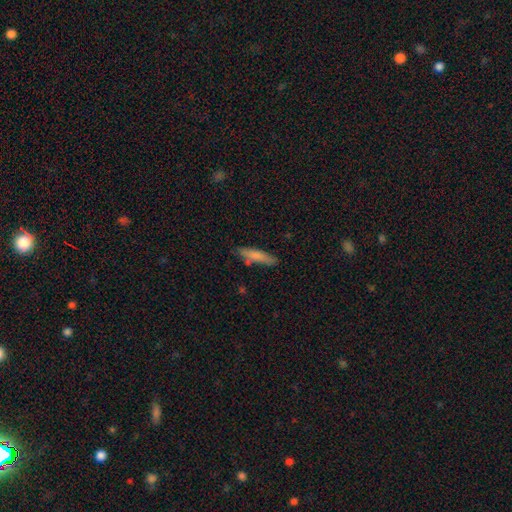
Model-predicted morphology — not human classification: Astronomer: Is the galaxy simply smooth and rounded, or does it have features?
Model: smooth — 76%.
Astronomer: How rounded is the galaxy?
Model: cigar-shaped — 81%.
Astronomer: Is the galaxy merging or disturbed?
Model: none — 75%.